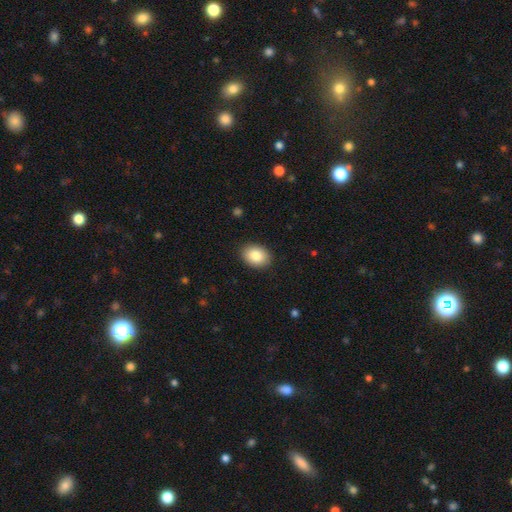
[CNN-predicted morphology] smooth 86%, star or artifact 7%, featured or disk 7%. Down the decision tree: how rounded — in between (74%); merging — none (89%).